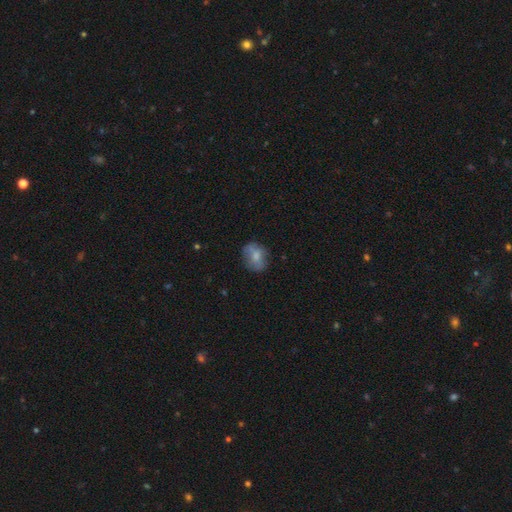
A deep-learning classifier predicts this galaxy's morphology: This appears to be a smooth galaxy with no disk features (64%) that is round (50%). Merging: none (66%).